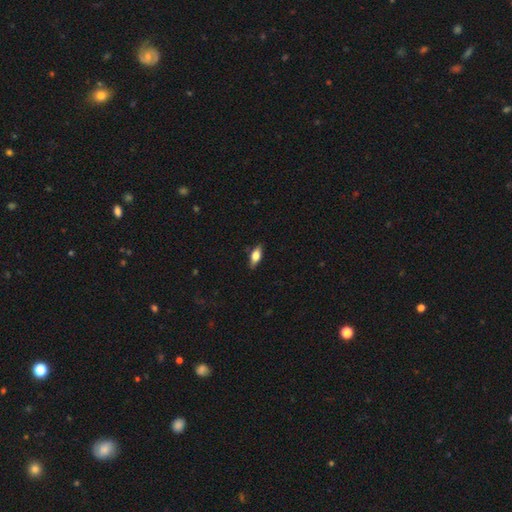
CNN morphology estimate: Smooth or featured: smooth — 59% (featured or disk — 33%)
How rounded: in between — 75% (cigar-shaped — 22%)
Merging: none — 86% (minor disturbance — 11%)